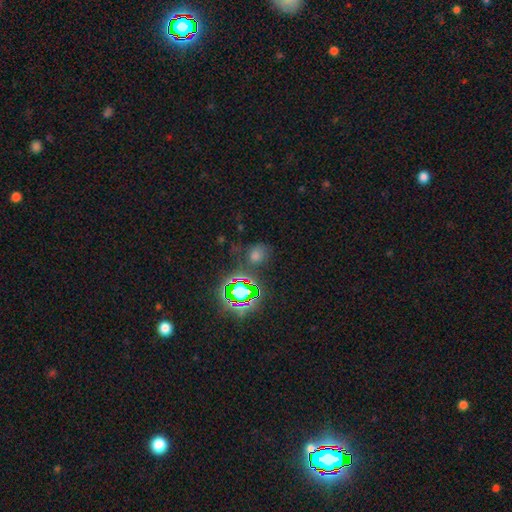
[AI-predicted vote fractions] Smooth or featured? Predicted: star or artifact (p=0.47).